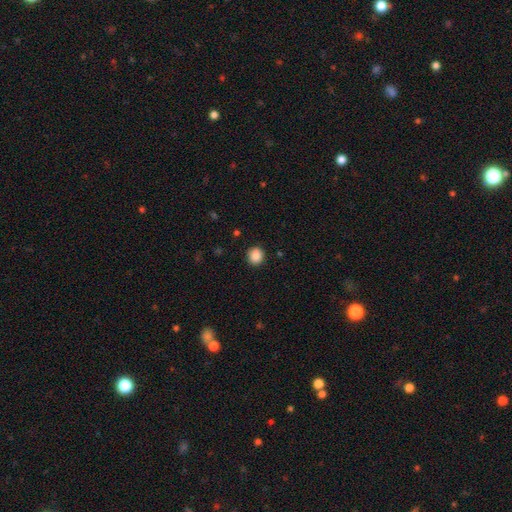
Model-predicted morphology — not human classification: Q: Smooth or featured?
A: smooth (88%); runner-up: star or artifact (9%)
Q: How rounded?
A: round (89%); runner-up: in between (10%)
Q: Merging?
A: none (90%); runner-up: minor disturbance (7%)